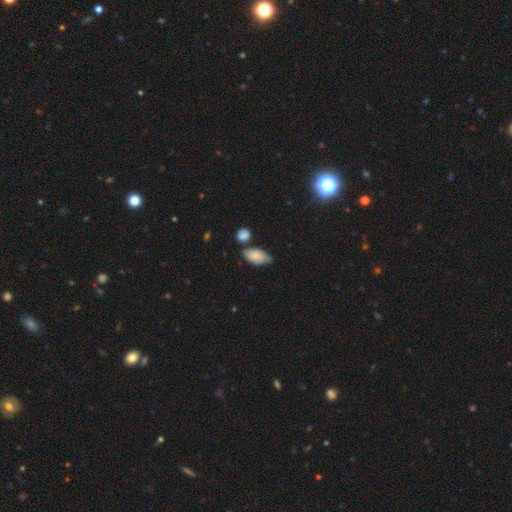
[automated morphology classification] Smooth or featured?
  - smooth: 77% *
  - featured or disk: 16%
  - star or artifact: 7%
How rounded?
  - in between: 91% *
  - cigar-shaped: 5%
  - round: 4%
Merging?
  - none: 52% *
  - minor disturbance: 28%
  - merger: 14%
  - major disturbance: 7%